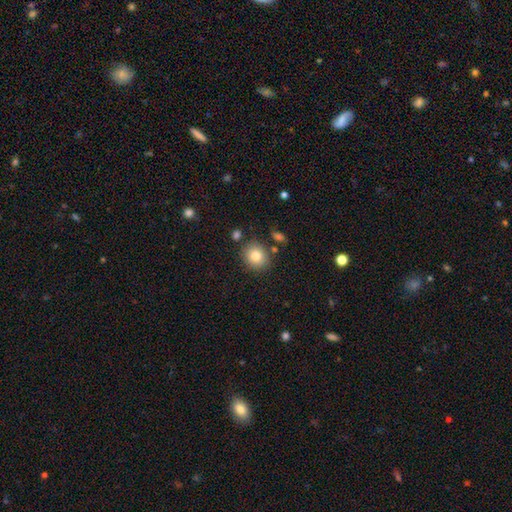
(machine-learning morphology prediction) This appears to be a smooth galaxy with no disk features (82%) that is round (81%). Merging: none (82%).